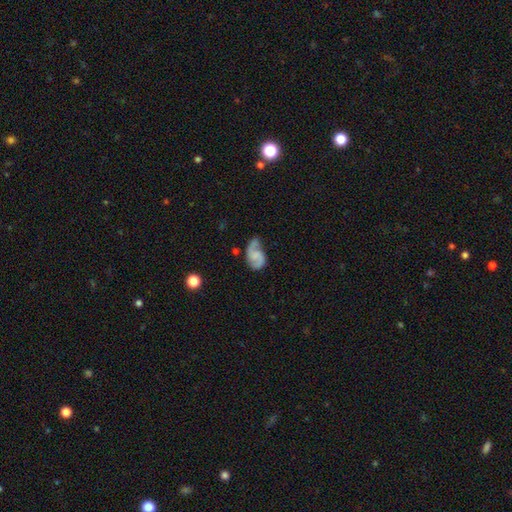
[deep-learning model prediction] smooth_or_featured: featured or disk (p=0.75) [alt: smooth p=0.18]
disk_edge_on: no (p=0.98) [alt: yes p=0.02]
bar: no (p=0.55) [alt: weak p=0.36]
has_spiral_arms: yes (p=0.94) [alt: no p=0.06]
spiral_winding: medium (p=0.44) [alt: loose p=0.41]
spiral_arm_count: 2 (p=0.87) [alt: 1 p=0.06]
bulge_size: none (p=0.59) [alt: small p=0.23]
merging: none (p=0.56) [alt: minor disturbance p=0.26]